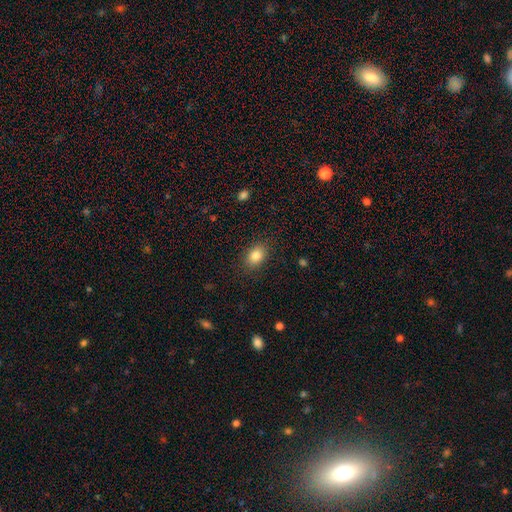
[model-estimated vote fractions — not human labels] smooth-or-featured: smooth: 84% | star or artifact: 9% | featured or disk: 6%
  how-rounded: in between: 72% | round: 27% | cigar-shaped: 1%
  merging: none: 86% | minor disturbance: 10% | major disturbance: 3% | merger: 1%